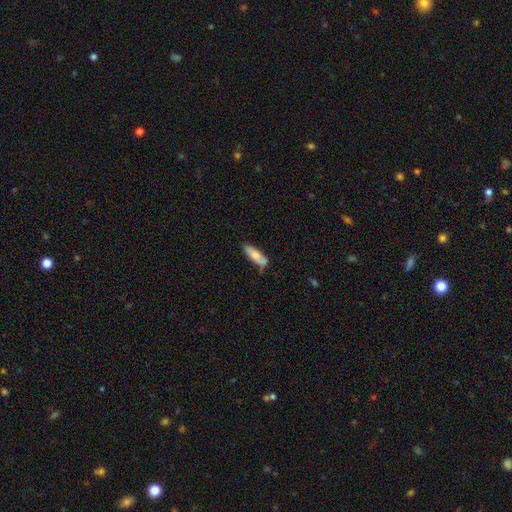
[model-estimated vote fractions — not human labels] A smooth galaxy with no disk features (76%) that is in between round and cigar-shaped (53%). Merging: none (53%).